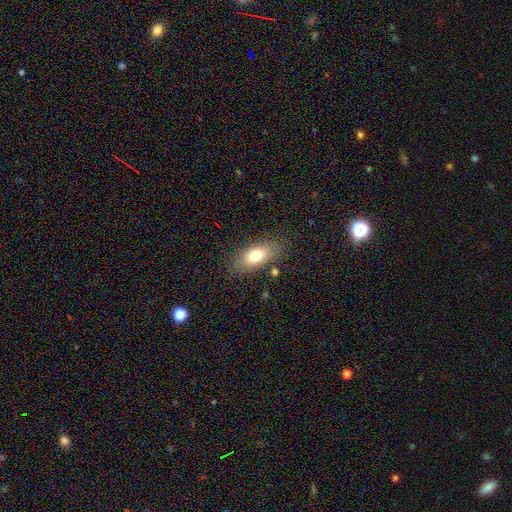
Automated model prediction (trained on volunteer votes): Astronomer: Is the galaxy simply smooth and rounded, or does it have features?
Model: smooth — 73%.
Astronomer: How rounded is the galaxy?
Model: in between — 82%.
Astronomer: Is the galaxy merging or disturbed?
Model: none — 81%.